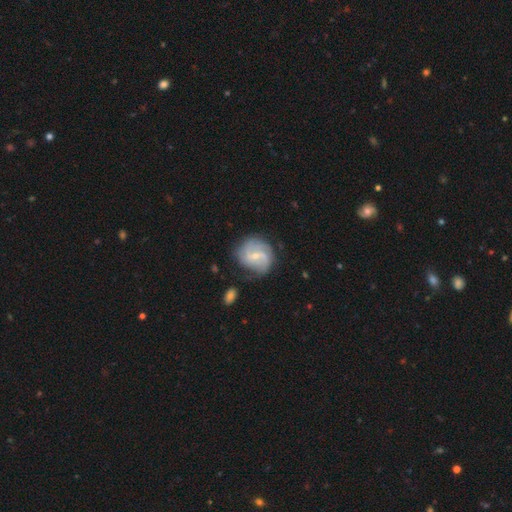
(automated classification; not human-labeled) Overall: featured or disk (76%). Edge-on disk: no (98%). Bar: weak (56%; no 28%). Spiral arms: yes (90%). Spiral arm count: 2 (45%; can't tell 25%). Spiral winding: medium (42%; tight 37%). Bulge size: small (64%; moderate 32%). Merging: none (68%).